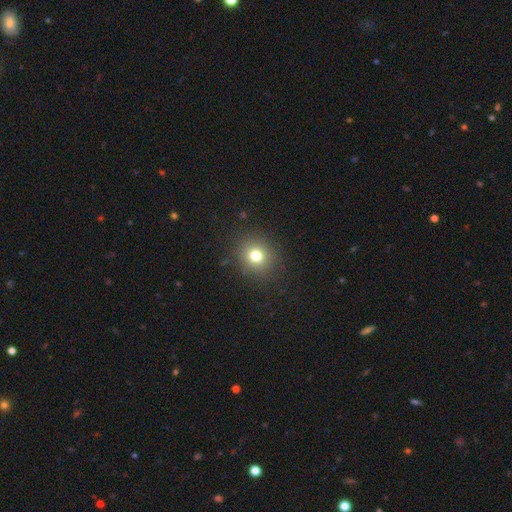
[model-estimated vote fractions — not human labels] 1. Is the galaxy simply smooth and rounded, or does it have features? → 75% smooth, 16% star or artifact, 9% featured or disk.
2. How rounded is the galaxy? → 83% round, 16% in between, 1% cigar-shaped.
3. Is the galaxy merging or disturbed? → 88% none, 8% minor disturbance, 4% major disturbance, 1% merger.